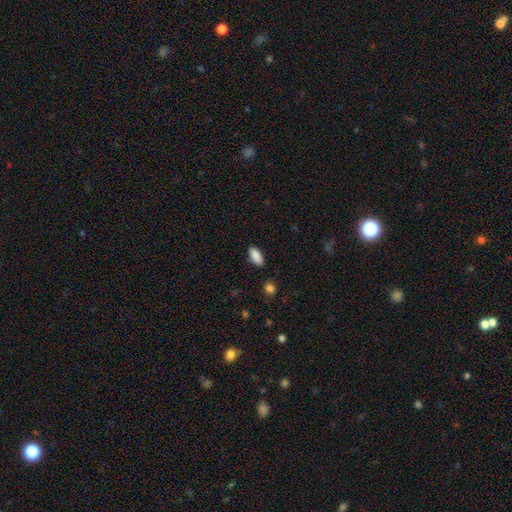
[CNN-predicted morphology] Overall: smooth (89%). How rounded: in between (86%). Merging: none (85%).